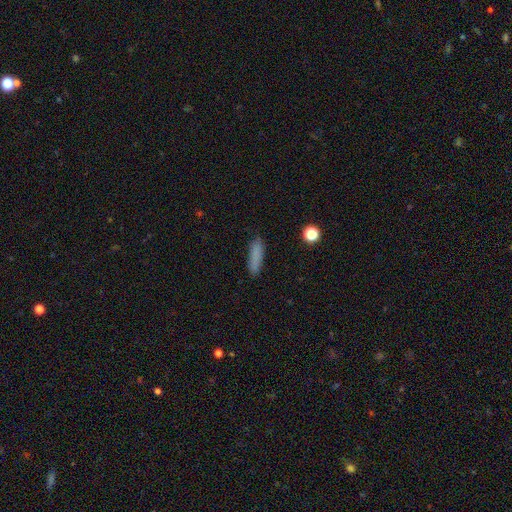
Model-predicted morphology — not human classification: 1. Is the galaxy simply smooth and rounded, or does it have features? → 83% smooth, 10% star or artifact, 8% featured or disk.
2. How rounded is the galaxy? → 72% cigar-shaped, 26% in between, 2% round.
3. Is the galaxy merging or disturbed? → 85% none, 11% minor disturbance, 3% major disturbance, 1% merger.